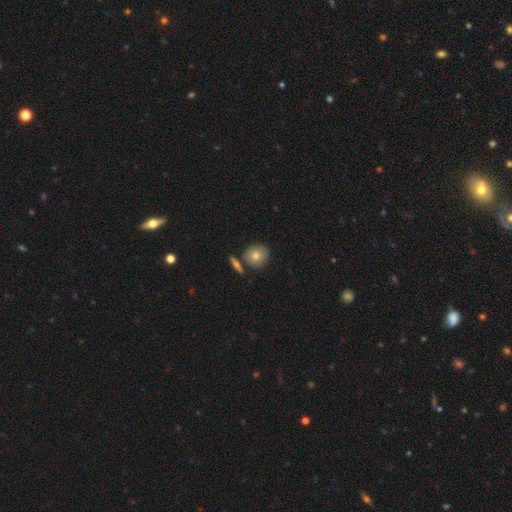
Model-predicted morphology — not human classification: A smooth galaxy with no disk features (72%) that is round (88%).

Vote fractions:
- Smooth or featured? smooth: 72% / featured or disk: 18% / star or artifact: 10%
- How rounded? round: 88% / in between: 11% / cigar-shaped: 2%
- Merging? none: 74% / merger: 12% / minor disturbance: 11% / major disturbance: 3%